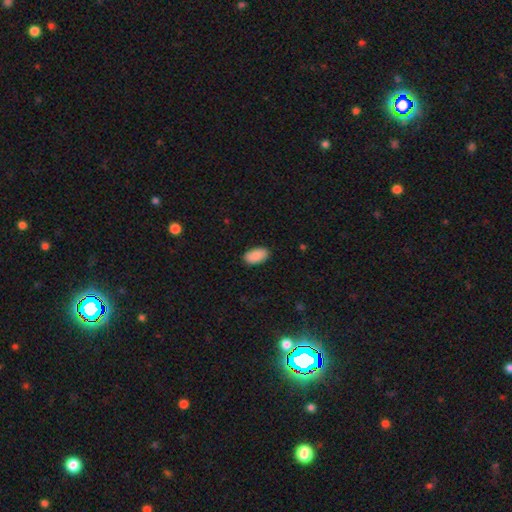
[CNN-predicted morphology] Overall: smooth (91%). How rounded: in between (95%). Merging: none (87%).